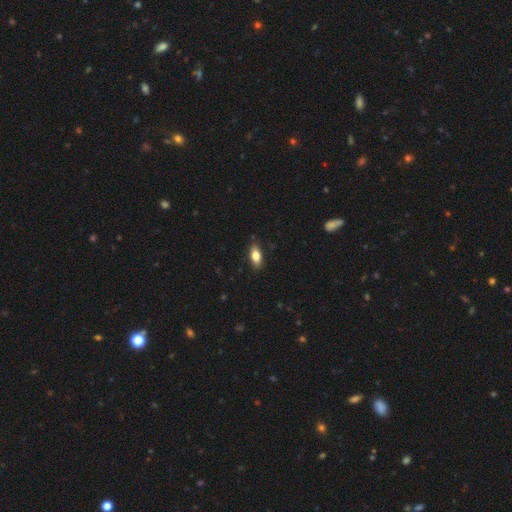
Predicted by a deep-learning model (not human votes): This appears to be a smooth galaxy with no disk features (79%) that is in between round and cigar-shaped (85%). Merging: none (84%).